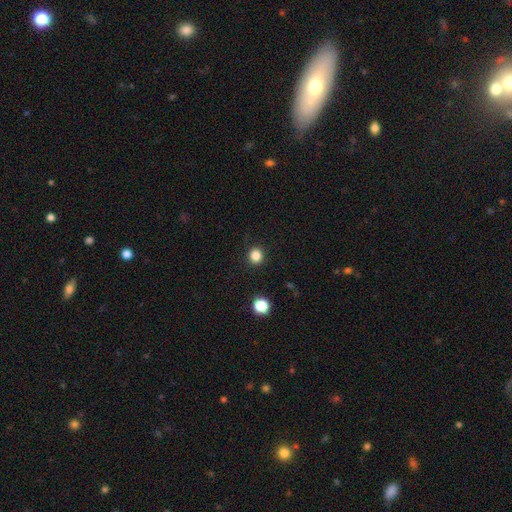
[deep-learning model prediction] A smooth galaxy with no disk features (84%) that is round (88%).

Vote fractions:
- Smooth or featured? smooth: 84% / star or artifact: 12% / featured or disk: 3%
- How rounded? round: 88% / in between: 11% / cigar-shaped: 1%
- Merging? none: 91% / minor disturbance: 6% / major disturbance: 2% / merger: 1%